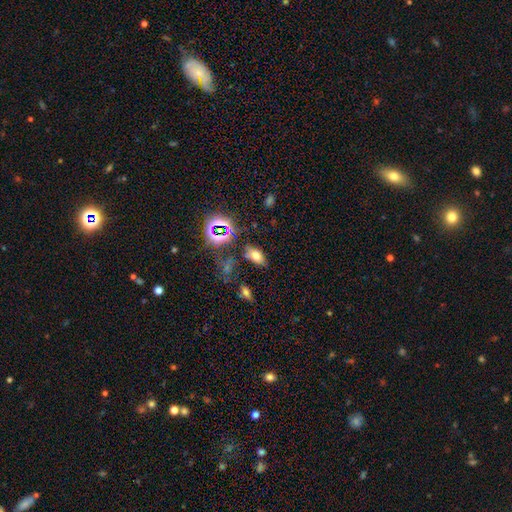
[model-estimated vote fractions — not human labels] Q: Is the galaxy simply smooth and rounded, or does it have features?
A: smooth — 64%.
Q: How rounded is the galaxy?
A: in between — 88%.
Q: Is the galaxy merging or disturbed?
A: none — 69%.